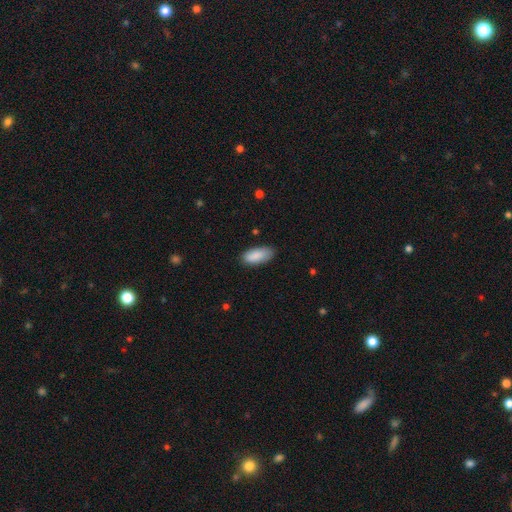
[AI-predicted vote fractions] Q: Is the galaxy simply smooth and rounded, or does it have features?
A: smooth — 88%.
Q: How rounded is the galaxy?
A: in between — 88%.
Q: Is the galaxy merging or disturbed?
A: none — 80%.